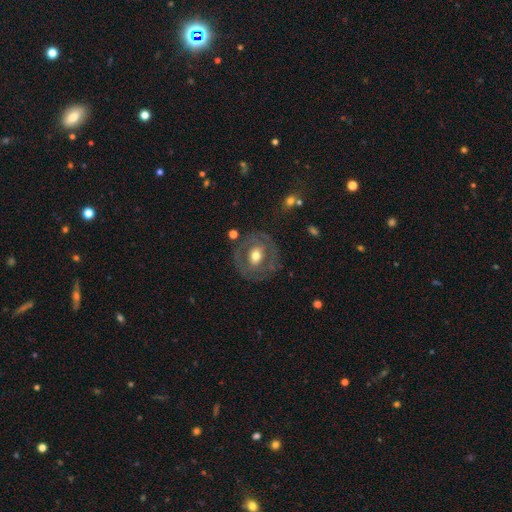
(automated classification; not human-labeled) Smooth or featured? featured or disk (58%)
Edge-on disk? no (95%)
Bar? no (56%)
Spiral arms? no (70%)
Bulge size? moderate (74%)
Merging? none (75%)